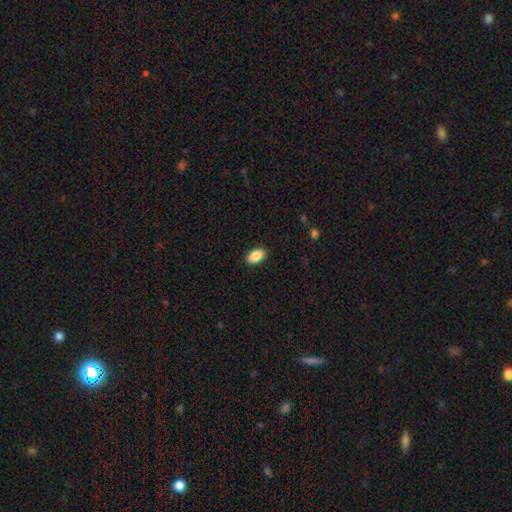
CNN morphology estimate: A smooth galaxy with no disk features (87%) that is in between round and cigar-shaped (92%). Merging: none (90%).